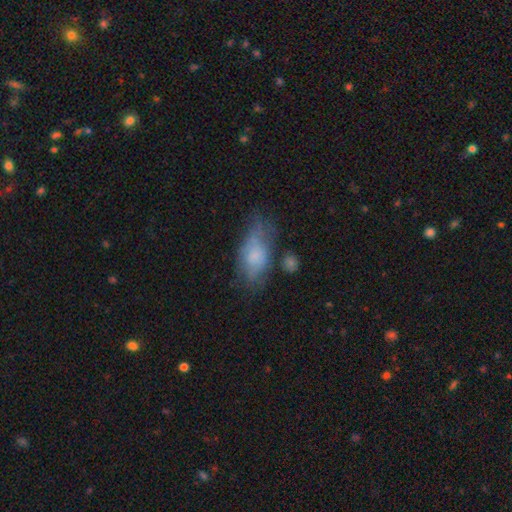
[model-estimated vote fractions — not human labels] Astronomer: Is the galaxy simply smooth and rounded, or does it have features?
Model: smooth — 61%.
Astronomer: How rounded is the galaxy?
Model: in between — 84%.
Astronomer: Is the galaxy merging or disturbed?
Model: none — 41% (runner-up: minor disturbance, 31%).